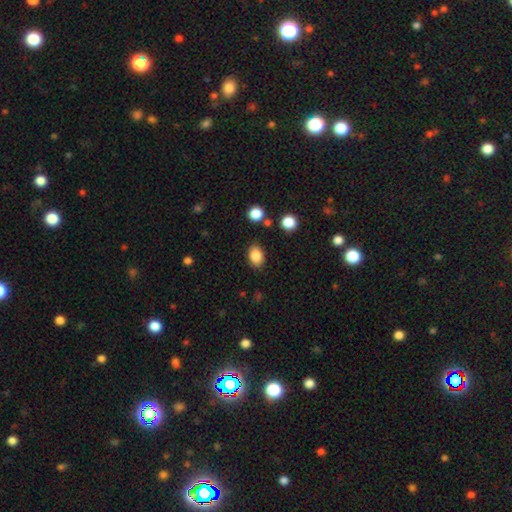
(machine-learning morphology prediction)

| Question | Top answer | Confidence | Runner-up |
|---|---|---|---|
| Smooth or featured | smooth | 86% | star or artifact (9%) |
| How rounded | in between | 75% | round (24%) |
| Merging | none | 83% | minor disturbance (11%) |